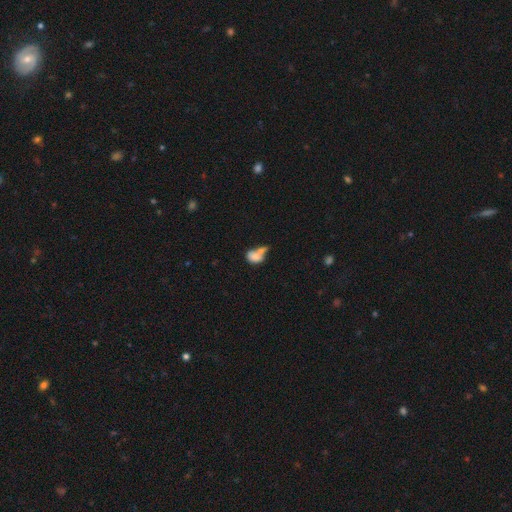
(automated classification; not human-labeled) This is likely a smooth galaxy (72%). How rounded: likely in between (75%). Merging: possibly merger (56%).